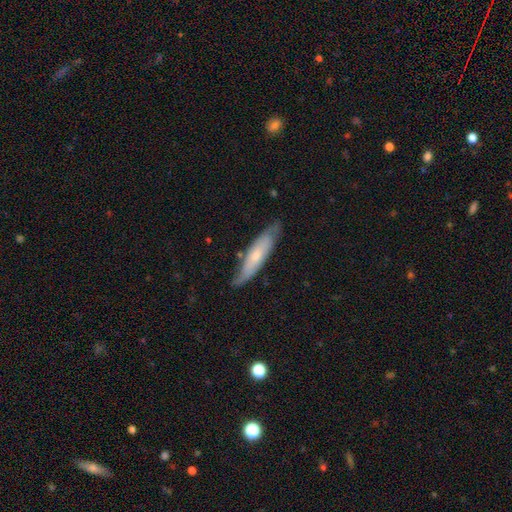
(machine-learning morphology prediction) A featured or disk galaxy (49%). Merging: none (74%).